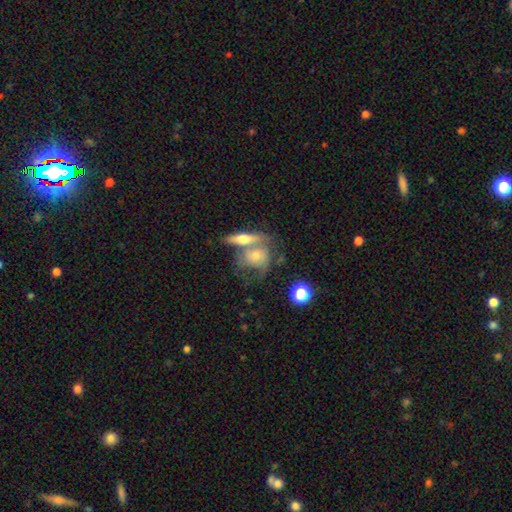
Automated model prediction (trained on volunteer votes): Smooth or featured? Predicted: featured or disk (p=0.59). Edge-on disk? Predicted: no (p=0.78). Merging? Predicted: merger (p=0.51).